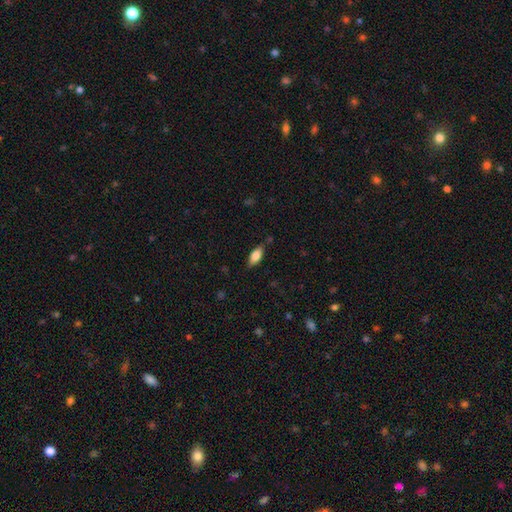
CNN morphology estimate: Smooth or featured?
  - smooth: 76% *
  - featured or disk: 17%
  - star or artifact: 7%
How rounded?
  - in between: 83% *
  - cigar-shaped: 15%
  - round: 3%
Merging?
  - none: 80% *
  - minor disturbance: 15%
  - major disturbance: 3%
  - merger: 2%